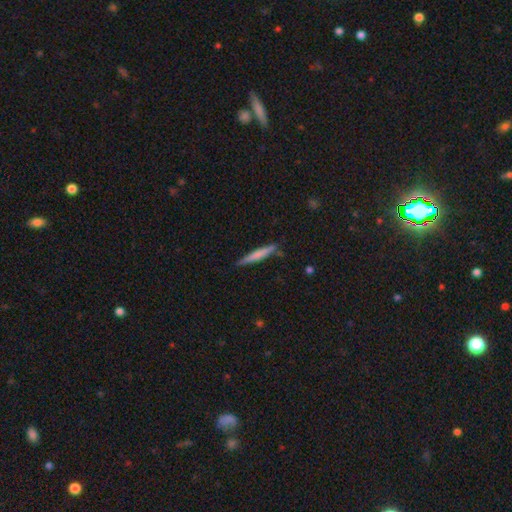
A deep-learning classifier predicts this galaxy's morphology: smooth 61%, featured or disk 33%, star or artifact 6%. Down the decision tree: how rounded — cigar-shaped (96%); merging — none (87%).